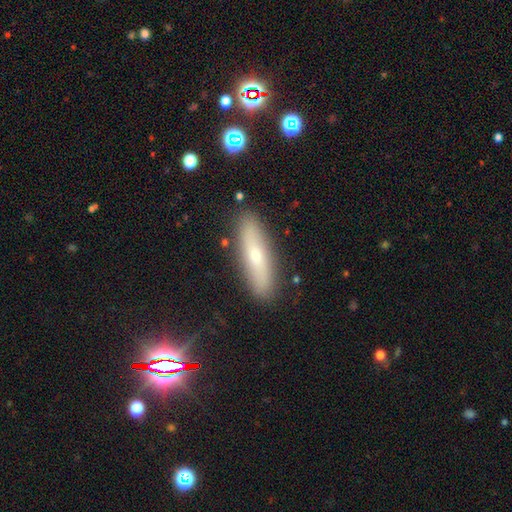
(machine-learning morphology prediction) Smooth or featured? smooth (55%)
How rounded? cigar-shaped (70%)
Merging? none (87%)